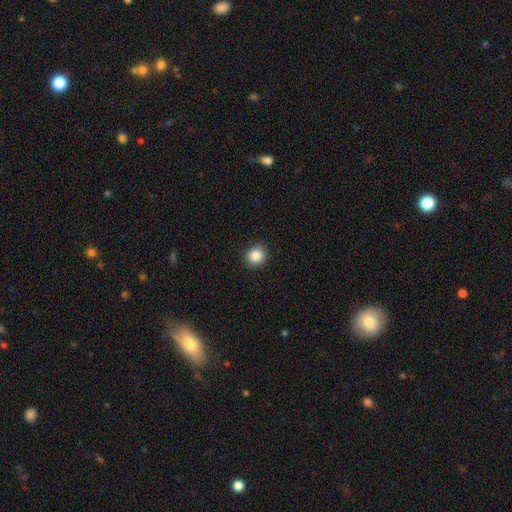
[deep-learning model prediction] Morphology: type=smooth (86%); roundness=round (83%); merging=none (90%).